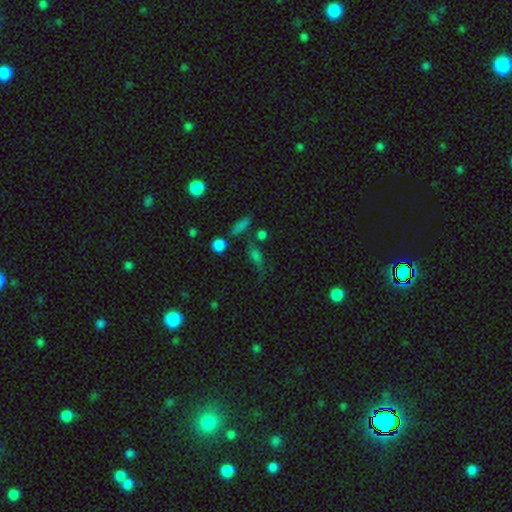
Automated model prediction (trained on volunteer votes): The model was most divided on "how rounded": in between: 57%, cigar-shaped: 24%, round: 19%. More confident: smooth or featured — smooth (61%); merging — none (61%).